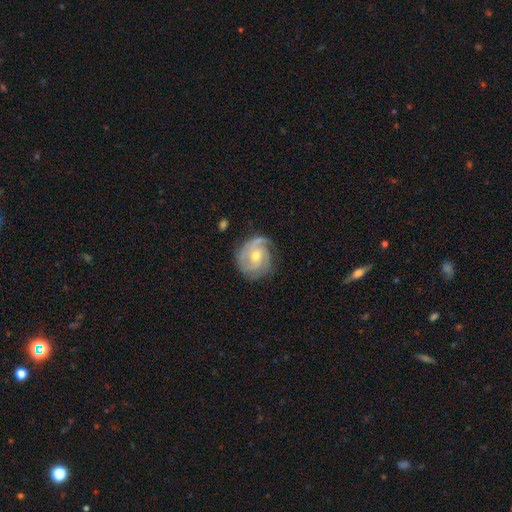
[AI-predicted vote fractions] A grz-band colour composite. It shows a featured or disk galaxy (84%) with no bar (61%), 3 (35%) tight (59%) spiral arms (95%) and a moderate central bulge (57%). Merging: none (69%).